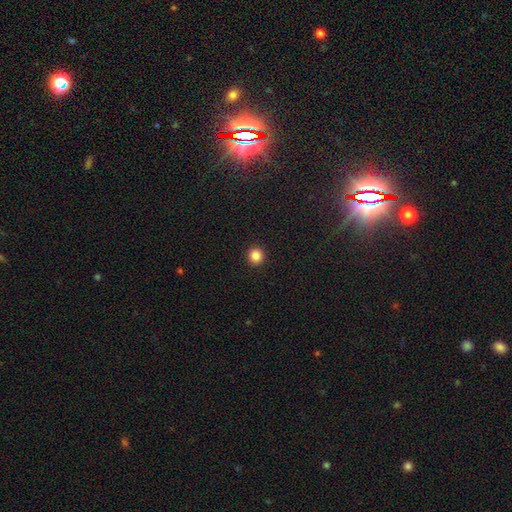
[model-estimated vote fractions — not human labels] Morphology: type=smooth (86%); roundness=round (94%); merging=none (94%).